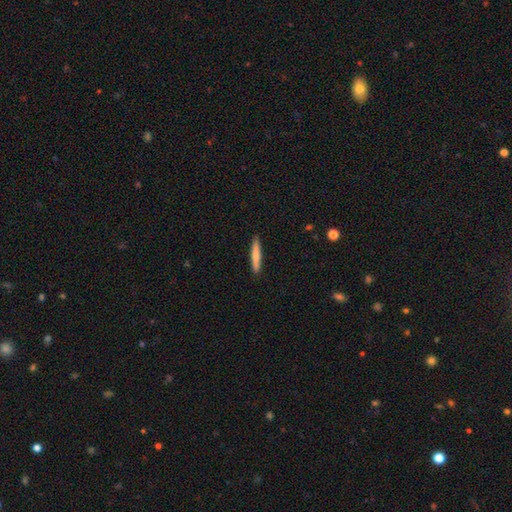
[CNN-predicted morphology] A smooth galaxy with no disk features (73%) that is cigar-shaped (93%).

Vote fractions:
- Smooth or featured? smooth: 73% / featured or disk: 21% / star or artifact: 6%
- How rounded? cigar-shaped: 93% / in between: 6% / round: 1%
- Merging? none: 89% / minor disturbance: 8% / major disturbance: 2% / merger: 1%